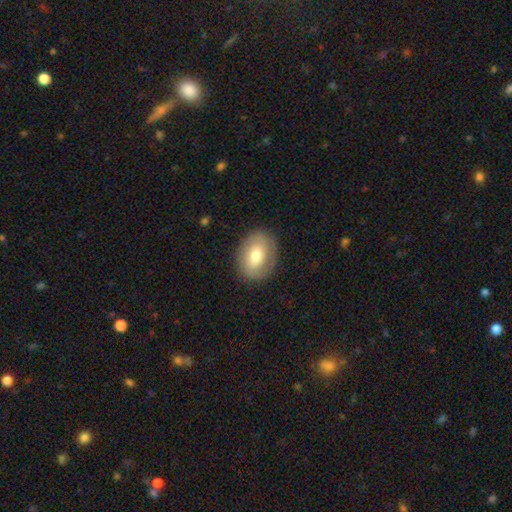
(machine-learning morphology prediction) Smooth or featured: smooth — 61% (featured or disk — 32%)
How rounded: in between — 76% (round — 23%)
Merging: none — 82% (minor disturbance — 13%)